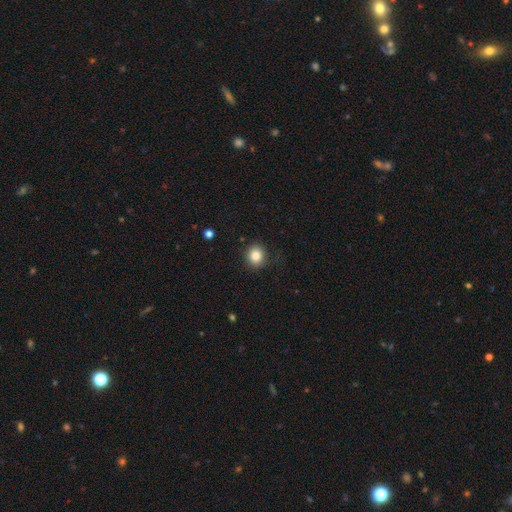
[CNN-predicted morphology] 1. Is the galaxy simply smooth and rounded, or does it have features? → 83% smooth, 11% star or artifact, 6% featured or disk.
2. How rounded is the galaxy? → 78% round, 21% in between, 1% cigar-shaped.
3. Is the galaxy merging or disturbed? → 83% none, 12% minor disturbance, 4% major disturbance, 1% merger.